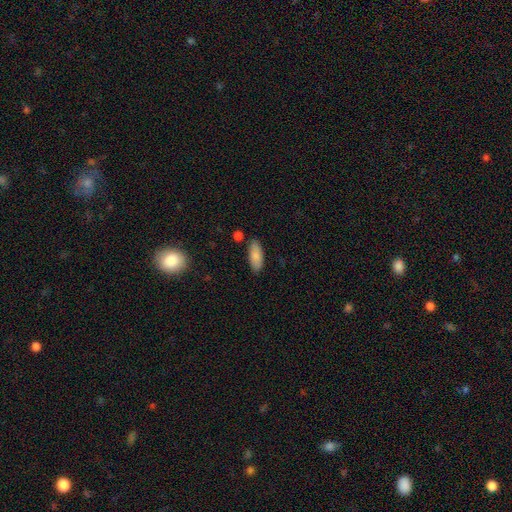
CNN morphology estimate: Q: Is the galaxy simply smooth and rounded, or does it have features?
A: smooth — 85%.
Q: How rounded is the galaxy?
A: in between — 78%.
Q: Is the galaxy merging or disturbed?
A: none — 83%.